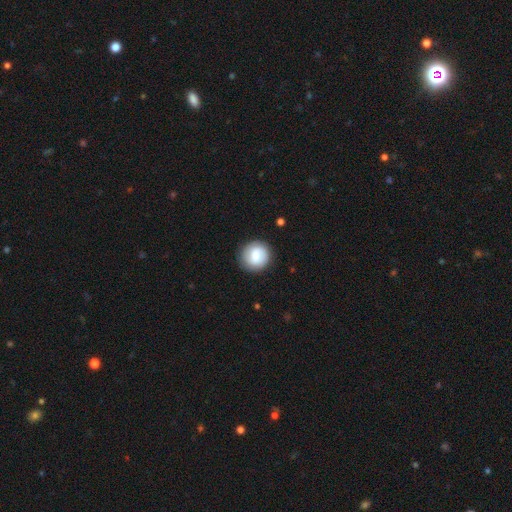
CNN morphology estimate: Q: Smooth or featured?
A: smooth (71%); runner-up: featured or disk (23%)
Q: How rounded?
A: round (92%); runner-up: in between (7%)
Q: Merging?
A: none (88%); runner-up: minor disturbance (8%)